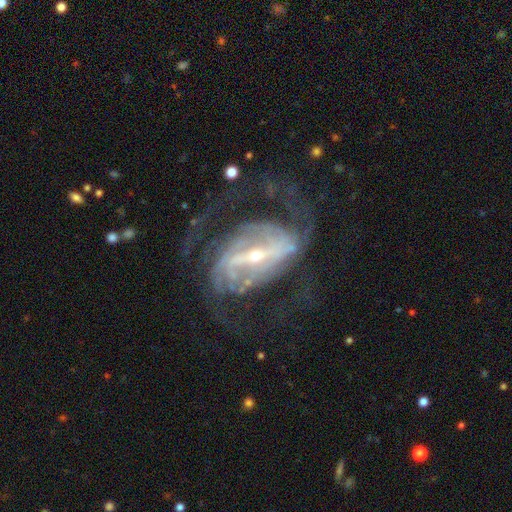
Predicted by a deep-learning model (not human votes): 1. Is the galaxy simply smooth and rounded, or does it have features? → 90% featured or disk, 6% star or artifact, 5% smooth.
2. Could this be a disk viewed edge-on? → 95% no, 5% yes.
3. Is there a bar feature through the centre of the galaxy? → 68% strong, 24% weak, 8% no.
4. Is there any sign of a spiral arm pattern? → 92% yes, 8% no.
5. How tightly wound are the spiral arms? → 47% medium, 27% loose, 26% tight.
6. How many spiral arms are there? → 58% 2, 17% can't tell, 11% 3, 6% 4, 4% 1, 4% more than 4.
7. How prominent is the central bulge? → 71% small, 24% moderate, 2% large, 1% dominant, 1% none.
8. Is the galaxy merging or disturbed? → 55% none, 27% major disturbance, 15% minor disturbance, 2% merger.